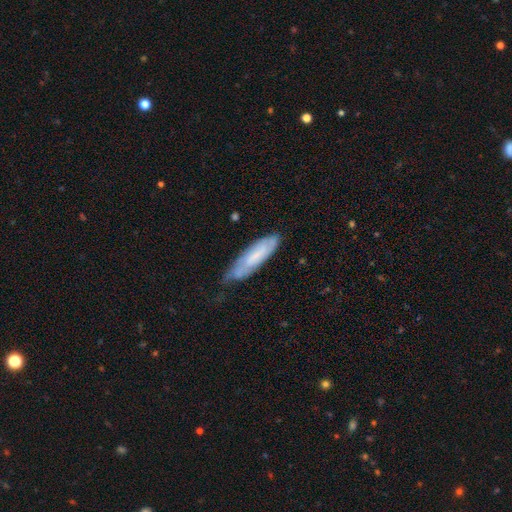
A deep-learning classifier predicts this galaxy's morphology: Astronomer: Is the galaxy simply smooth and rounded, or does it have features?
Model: smooth — 50% (runner-up: featured or disk, 43%).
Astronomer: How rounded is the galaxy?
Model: cigar-shaped — 60% (runner-up: in between, 38%).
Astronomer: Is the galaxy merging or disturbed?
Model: none — 57% (runner-up: minor disturbance, 33%).